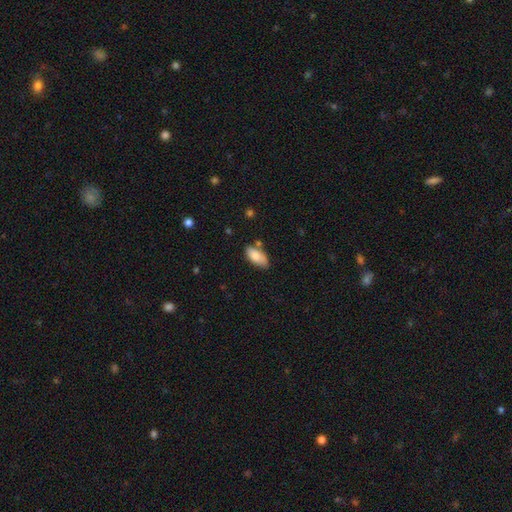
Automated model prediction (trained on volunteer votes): Smooth or featured? Predicted: smooth (p=0.83). How rounded? Predicted: in between (p=0.91). Merging? Predicted: none (p=0.70).